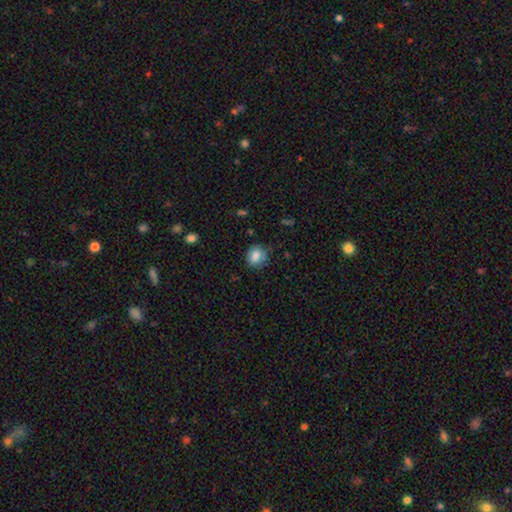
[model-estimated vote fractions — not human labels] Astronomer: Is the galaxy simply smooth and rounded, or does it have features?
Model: smooth — 82%.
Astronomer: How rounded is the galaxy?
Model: round — 78%.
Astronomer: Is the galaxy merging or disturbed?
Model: none — 77%.